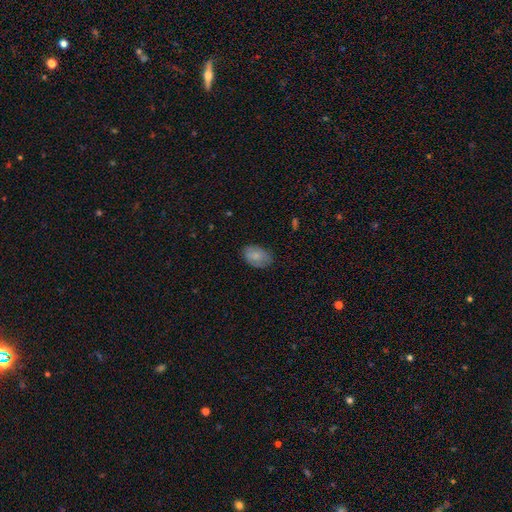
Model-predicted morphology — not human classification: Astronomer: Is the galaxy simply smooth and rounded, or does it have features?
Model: smooth — 76%.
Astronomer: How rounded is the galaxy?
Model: in between — 86%.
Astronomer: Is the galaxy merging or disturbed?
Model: none — 76%.